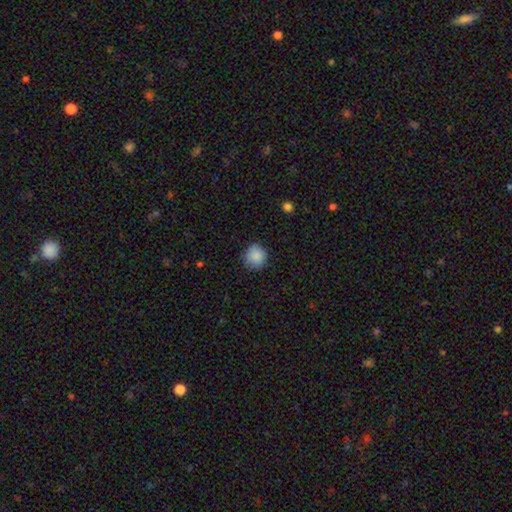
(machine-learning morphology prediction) Smooth or featured?
  - smooth: 87% *
  - star or artifact: 8%
  - featured or disk: 4%
How rounded?
  - round: 93% *
  - in between: 7%
  - cigar-shaped: 1%
Merging?
  - none: 86% *
  - minor disturbance: 11%
  - major disturbance: 2%
  - merger: 1%